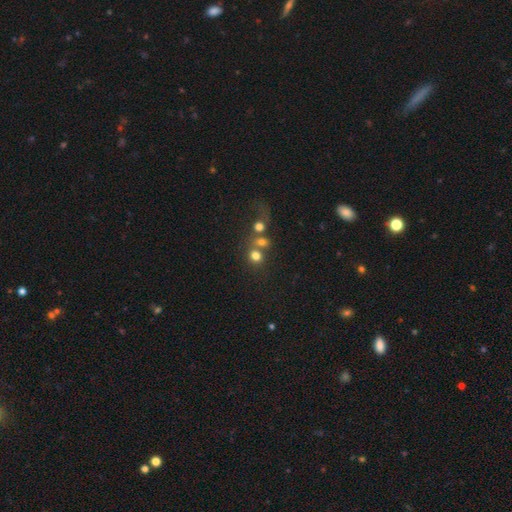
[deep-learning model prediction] smooth_or_featured: smooth (p=0.72) [alt: star or artifact p=0.16]
how_rounded: round (p=0.77) [alt: in between p=0.22]
merging: merger (p=0.46) [alt: none p=0.39]